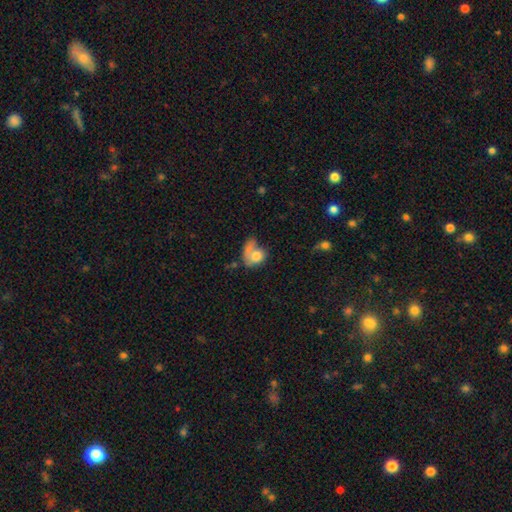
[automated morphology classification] Smooth or featured?
  - smooth: 67% *
  - featured or disk: 25%
  - star or artifact: 8%
How rounded?
  - in between: 55% *
  - round: 43%
  - cigar-shaped: 2%
Merging?
  - merger: 33% *
  - none: 28%
  - major disturbance: 24%
  - minor disturbance: 15%